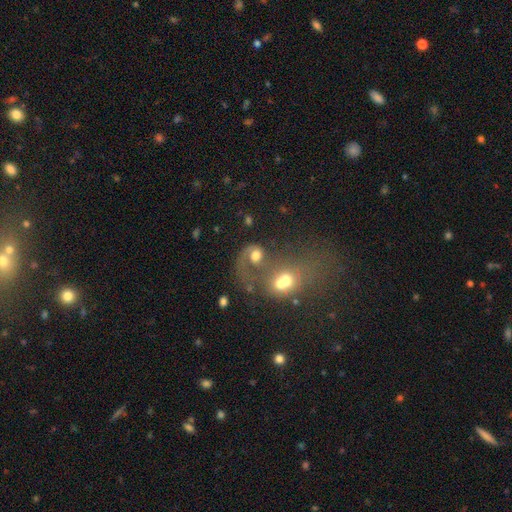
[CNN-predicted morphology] A featured or disk galaxy (50%).

Vote fractions:
- Smooth or featured? featured or disk: 50% / smooth: 39% / star or artifact: 12%
- Merging? merger: 63% / major disturbance: 19% / none: 12% / minor disturbance: 6%